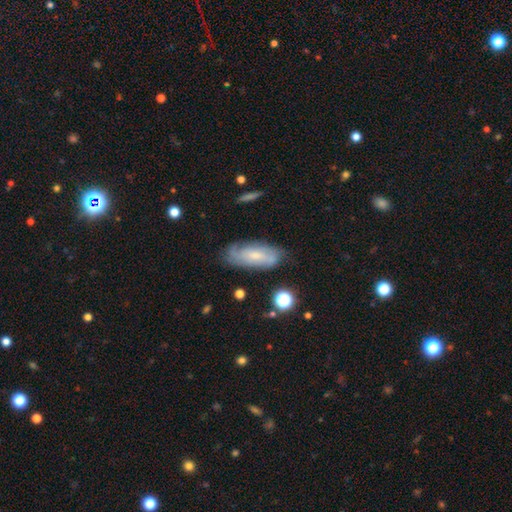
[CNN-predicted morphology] This is possibly a featured or disk galaxy (52%). It is clearly not viewed edge-on (85%). Merging: likely none (71%).